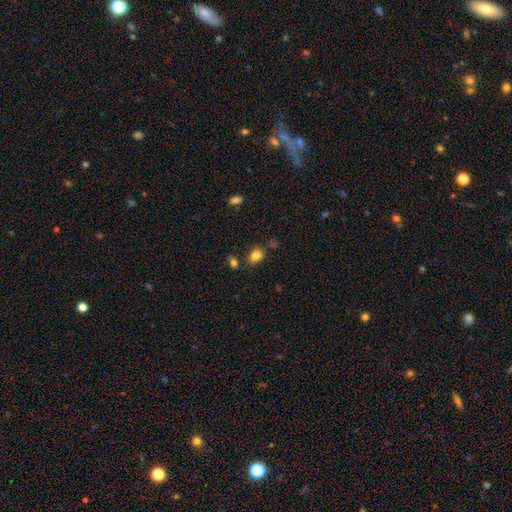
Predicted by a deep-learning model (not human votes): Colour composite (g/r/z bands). It shows a smooth galaxy with no disk features (82%) that is in between round and cigar-shaped (57%). Merging: none (73%).